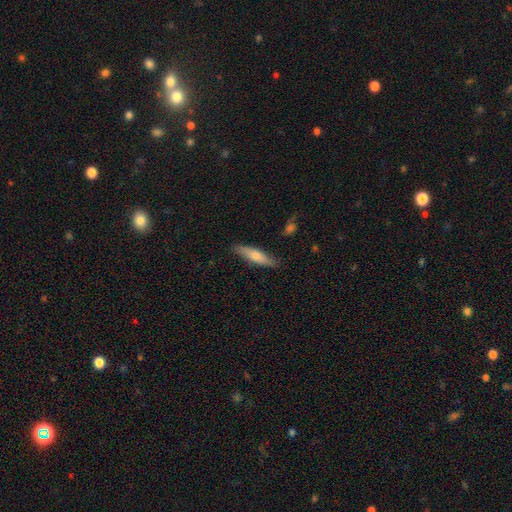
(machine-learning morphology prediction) This is likely a smooth galaxy (68%). How rounded: likely cigar-shaped (71%). Merging: clearly none (84%).